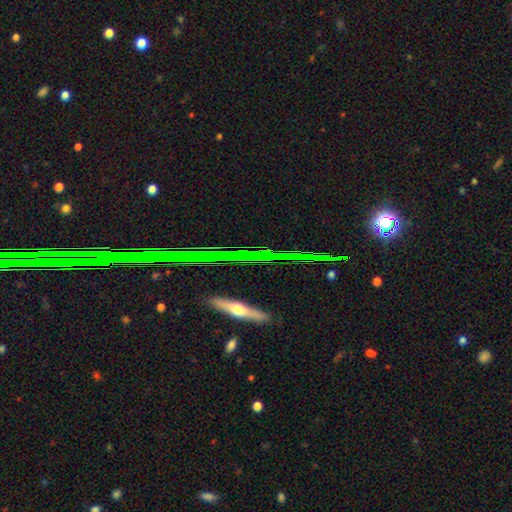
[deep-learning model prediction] Q: Smooth or featured?
A: star or artifact (51%); runner-up: featured or disk (35%)